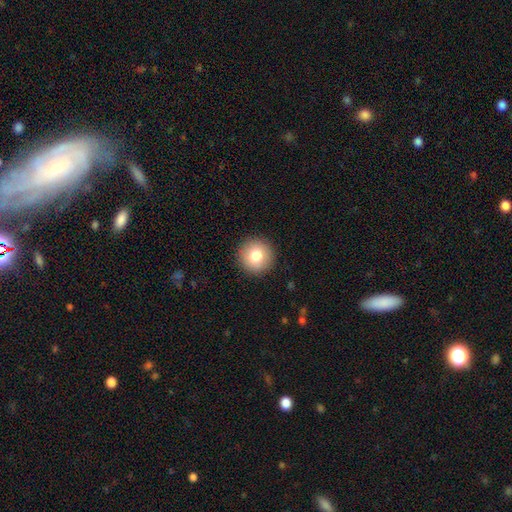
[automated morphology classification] Smooth or featured?
  - smooth: 80% *
  - featured or disk: 11%
  - star or artifact: 9%
How rounded?
  - round: 95% *
  - in between: 4%
  - cigar-shaped: 1%
Merging?
  - none: 92% *
  - minor disturbance: 5%
  - major disturbance: 2%
  - merger: 1%